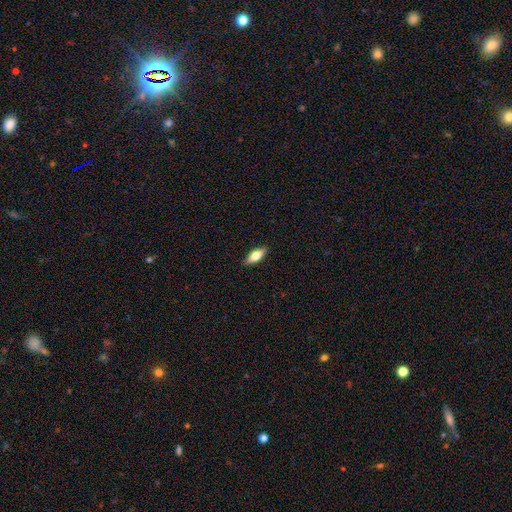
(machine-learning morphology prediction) A smooth galaxy with no disk features (63%) that is in between round and cigar-shaped (73%). Merging: none (89%).